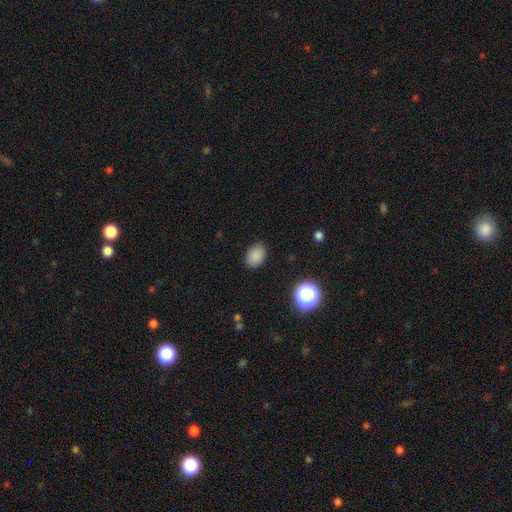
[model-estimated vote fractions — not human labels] smooth 85%, star or artifact 11%, featured or disk 4%. Down the decision tree: how rounded — in between (76%); merging — none (86%).